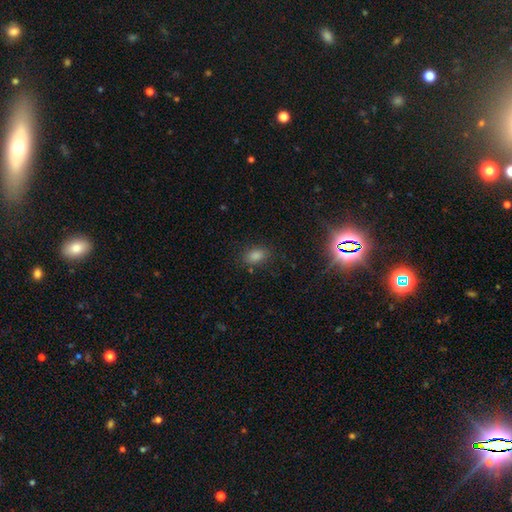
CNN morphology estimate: The model was most divided on "merging": none: 81%, minor disturbance: 13%, major disturbance: 4%, merger: 2%. More confident: how rounded — in between (86%); smooth or featured — smooth (83%).